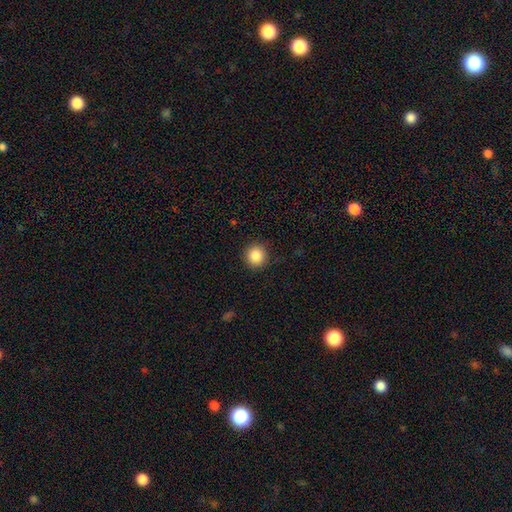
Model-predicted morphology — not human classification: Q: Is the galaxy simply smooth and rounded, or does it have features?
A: smooth — 87%.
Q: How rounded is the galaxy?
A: round — 93%.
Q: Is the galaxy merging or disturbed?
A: none — 90%.